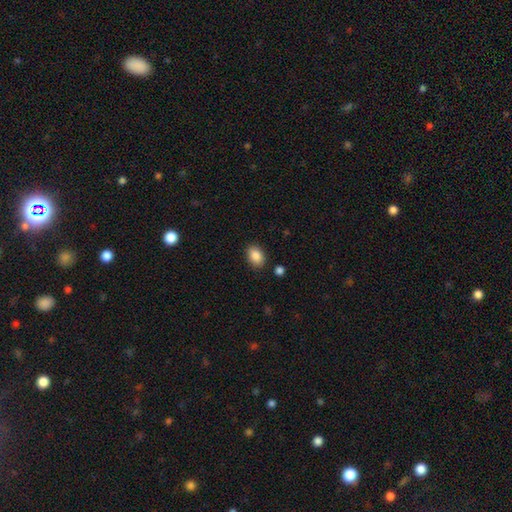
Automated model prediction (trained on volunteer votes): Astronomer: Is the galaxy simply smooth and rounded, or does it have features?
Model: smooth — 88%.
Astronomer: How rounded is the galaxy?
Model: in between — 80%.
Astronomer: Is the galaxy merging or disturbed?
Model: none — 86%.